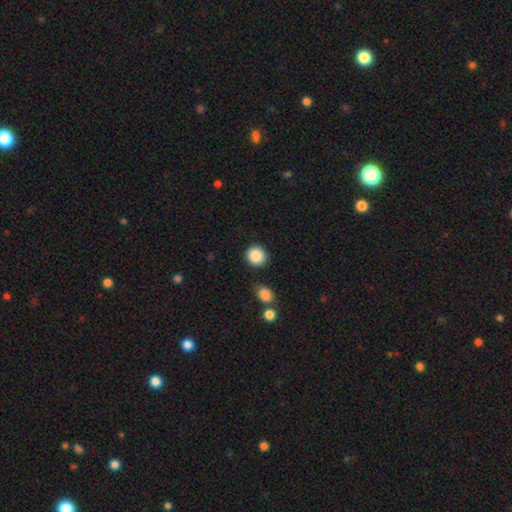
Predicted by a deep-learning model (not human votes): Smooth or featured?
  - smooth: 87% *
  - star or artifact: 9%
  - featured or disk: 4%
How rounded?
  - round: 90% *
  - in between: 9%
  - cigar-shaped: 1%
Merging?
  - none: 86% *
  - minor disturbance: 8%
  - merger: 3%
  - major disturbance: 3%